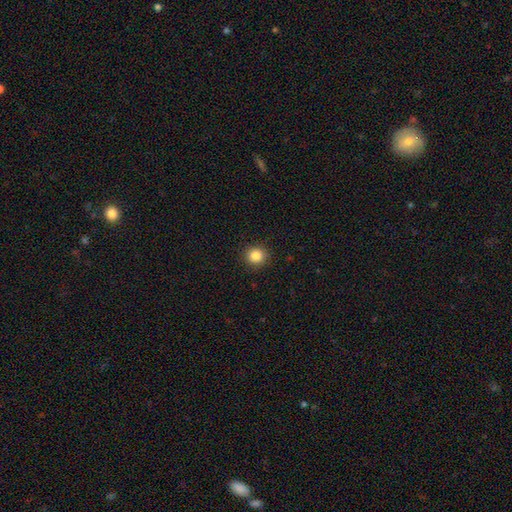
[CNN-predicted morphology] Smooth or featured? Predicted: smooth (p=0.85). How rounded? Predicted: round (p=0.90). Merging? Predicted: none (p=0.91).